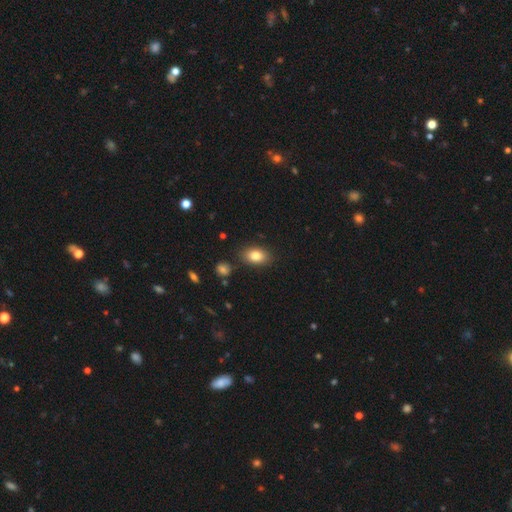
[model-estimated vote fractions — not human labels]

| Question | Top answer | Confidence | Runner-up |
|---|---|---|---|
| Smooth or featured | smooth | 82% | featured or disk (9%) |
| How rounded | in between | 85% | round (13%) |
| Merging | none | 84% | minor disturbance (11%) |